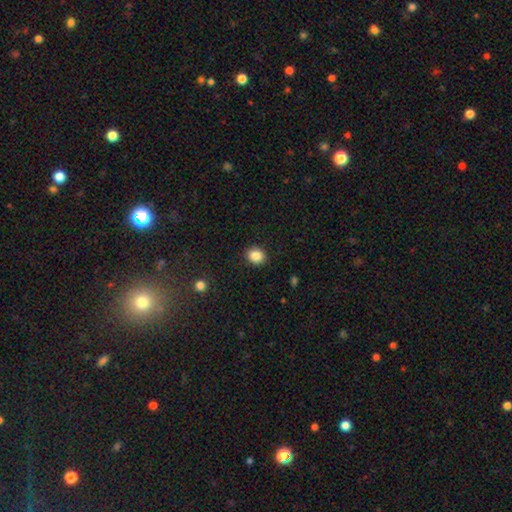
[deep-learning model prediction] Q: Smooth or featured?
A: smooth (86%); runner-up: star or artifact (10%)
Q: How rounded?
A: round (66%); runner-up: in between (33%)
Q: Merging?
A: none (91%); runner-up: minor disturbance (6%)